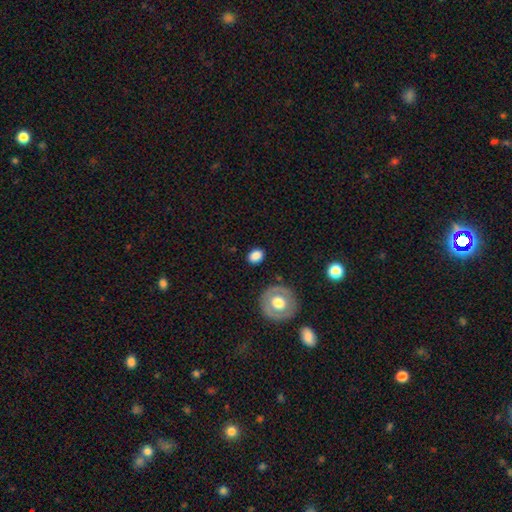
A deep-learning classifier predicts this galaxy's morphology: A smooth galaxy with no disk features (81%) that is in between round and cigar-shaped (54%). Merging: none (84%).